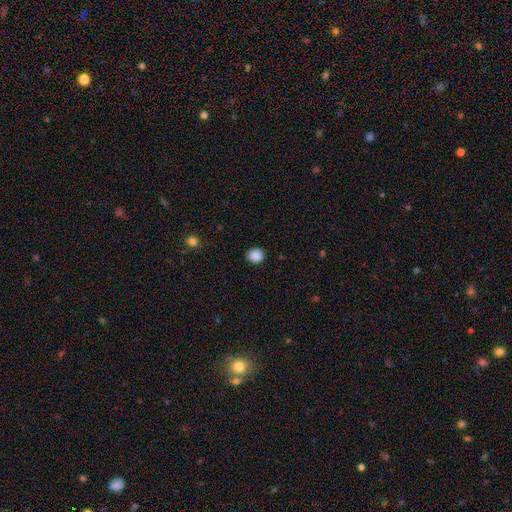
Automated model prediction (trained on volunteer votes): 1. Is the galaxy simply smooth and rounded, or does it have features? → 88% smooth, 9% star or artifact, 3% featured or disk.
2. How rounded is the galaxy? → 81% round, 18% in between, 1% cigar-shaped.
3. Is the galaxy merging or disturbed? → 89% none, 8% minor disturbance, 2% major disturbance, 1% merger.